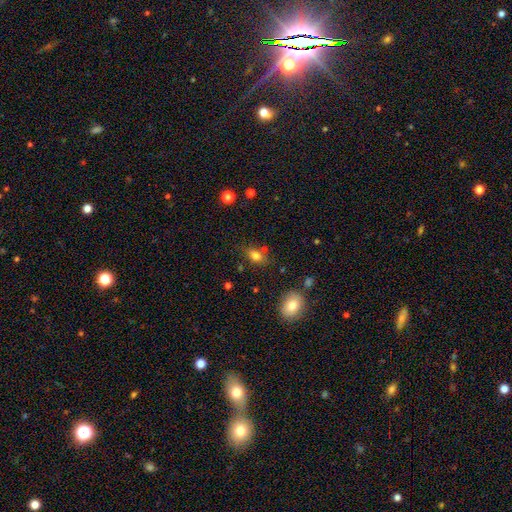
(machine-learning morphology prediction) Smooth or featured: smooth — 79% (star or artifact — 11%)
How rounded: in between — 79% (round — 18%)
Merging: none — 69% (minor disturbance — 16%)